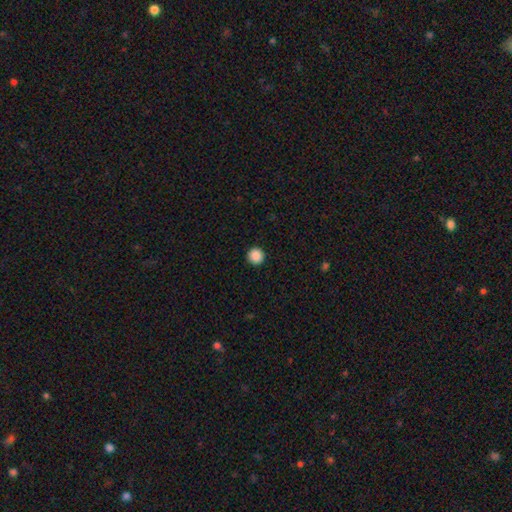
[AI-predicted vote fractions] Smooth or featured? Predicted: smooth (p=0.88). How rounded? Predicted: round (p=0.96). Merging? Predicted: none (p=0.93).